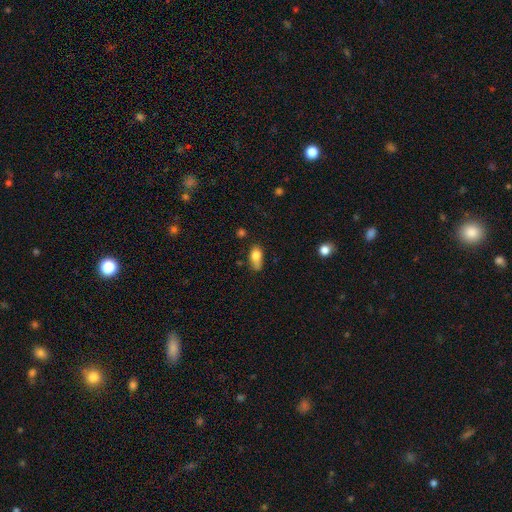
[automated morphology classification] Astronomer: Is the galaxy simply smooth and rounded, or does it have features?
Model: smooth — 79%.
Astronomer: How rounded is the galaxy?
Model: in between — 82%.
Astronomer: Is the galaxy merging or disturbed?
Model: none — 43% (runner-up: minor disturbance, 37%).